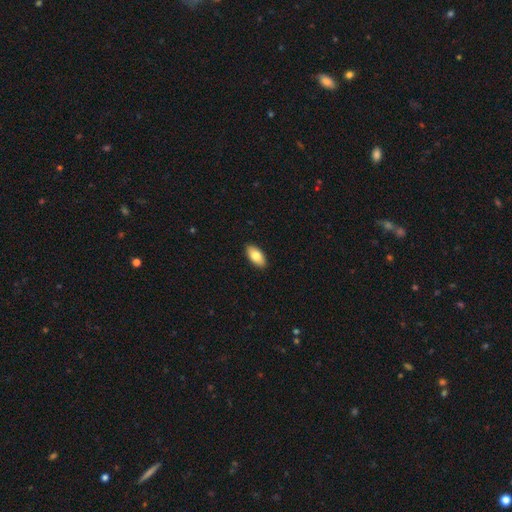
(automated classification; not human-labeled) smooth_or_featured: smooth (p=0.81) [alt: featured or disk p=0.13]
how_rounded: in between (p=0.92) [alt: cigar-shaped p=0.06]
merging: none (p=0.90) [alt: minor disturbance p=0.07]